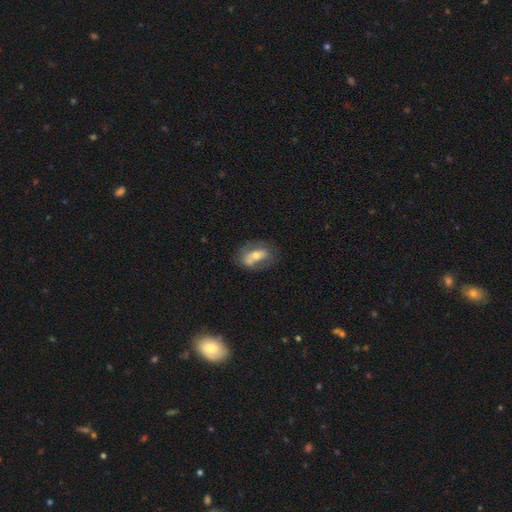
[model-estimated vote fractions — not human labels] A featured or disk galaxy (47%).

Vote fractions:
- Smooth or featured? featured or disk: 47% / smooth: 45% / star or artifact: 7%
- Merging? none: 61% / minor disturbance: 22% / major disturbance: 11% / merger: 6%